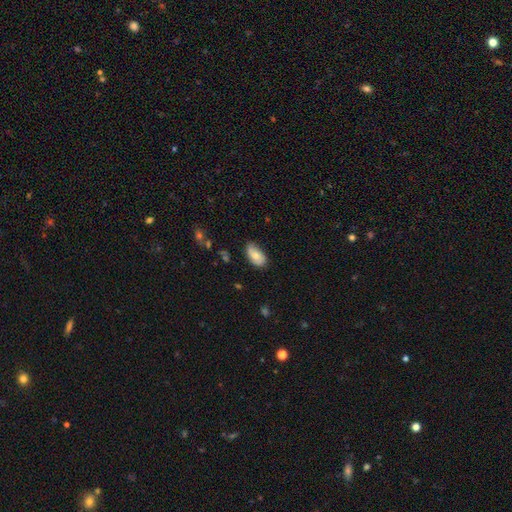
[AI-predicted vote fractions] Smooth or featured? Predicted: smooth (p=0.73). How rounded? Predicted: in between (p=0.94). Merging? Predicted: none (p=0.67).